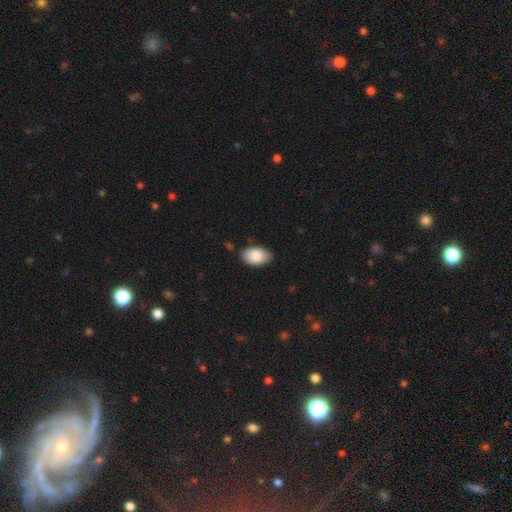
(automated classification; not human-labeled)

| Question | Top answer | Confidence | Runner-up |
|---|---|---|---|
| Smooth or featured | smooth | 86% | featured or disk (8%) |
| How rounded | in between | 93% | round (6%) |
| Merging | none | 82% | minor disturbance (14%) |